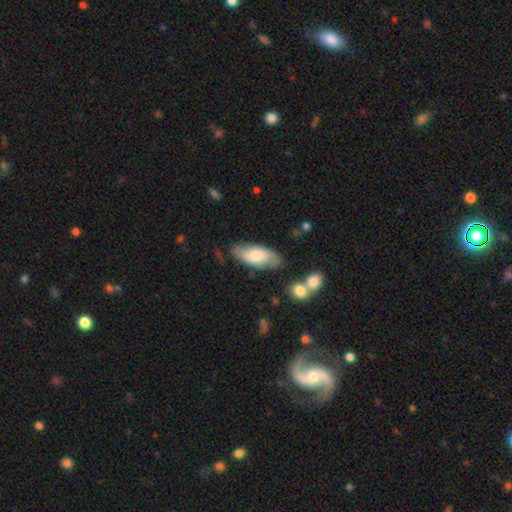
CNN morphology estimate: A smooth galaxy with no disk features (63%) that is in between round and cigar-shaped (81%).

Vote fractions:
- Smooth or featured? smooth: 63% / featured or disk: 31% / star or artifact: 6%
- How rounded? in between: 81% / cigar-shaped: 17% / round: 2%
- Merging? none: 69% / minor disturbance: 20% / major disturbance: 6% / merger: 5%